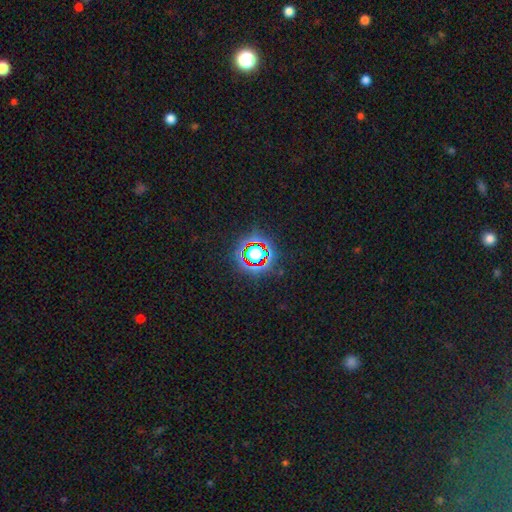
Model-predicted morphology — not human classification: smooth-or-featured: star or artifact: 82% | smooth: 12% | featured or disk: 7%